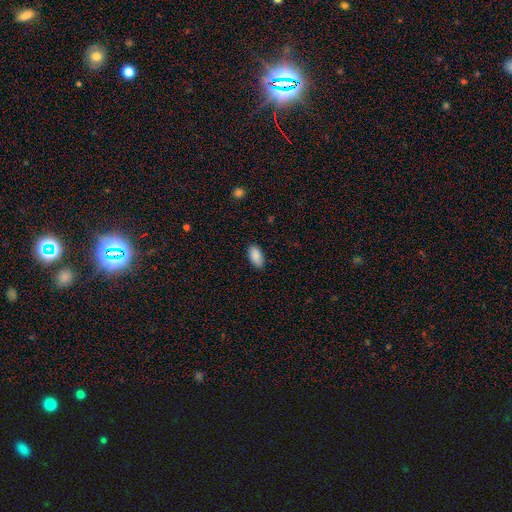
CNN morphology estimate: Overall: smooth (89%). How rounded: in between (93%). Merging: none (86%).